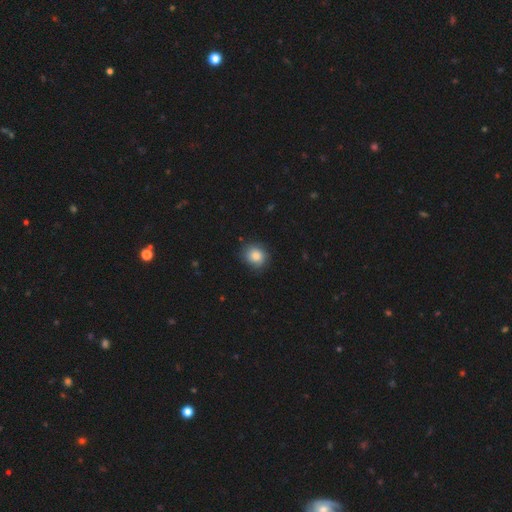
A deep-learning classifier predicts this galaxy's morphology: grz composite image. It shows a smooth galaxy with no disk features (79%) that is round (74%). Merging: none (78%).